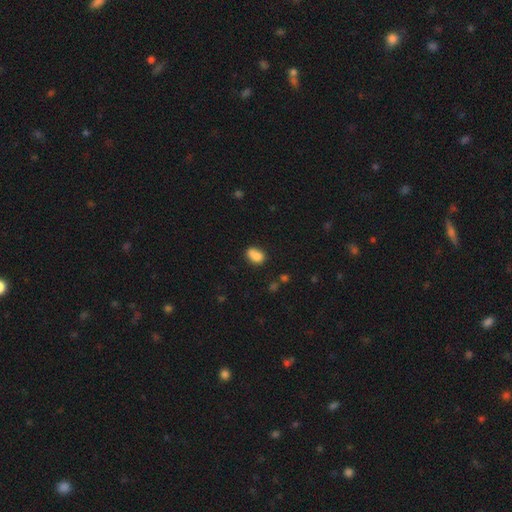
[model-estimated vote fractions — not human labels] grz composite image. It shows a smooth galaxy with no disk features (78%) that is in between round and cigar-shaped (63%). Merging: none (38%).